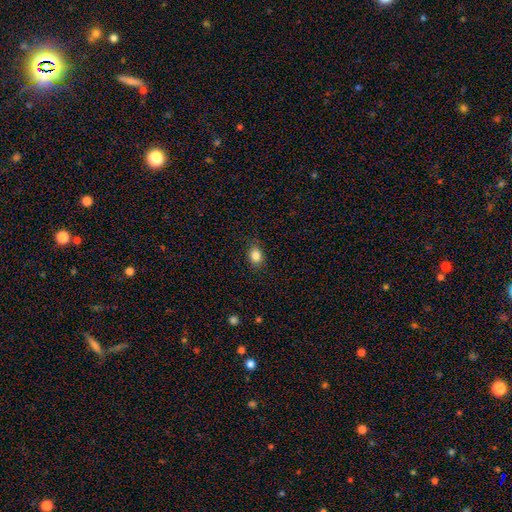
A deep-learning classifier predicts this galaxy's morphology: A smooth galaxy with no disk features (85%) that is in between round and cigar-shaped (54%).

Vote fractions:
- Smooth or featured? smooth: 85% / star or artifact: 10% / featured or disk: 5%
- How rounded? in between: 54% / round: 45% / cigar-shaped: 1%
- Merging? none: 86% / minor disturbance: 11% / major disturbance: 3% / merger: 1%